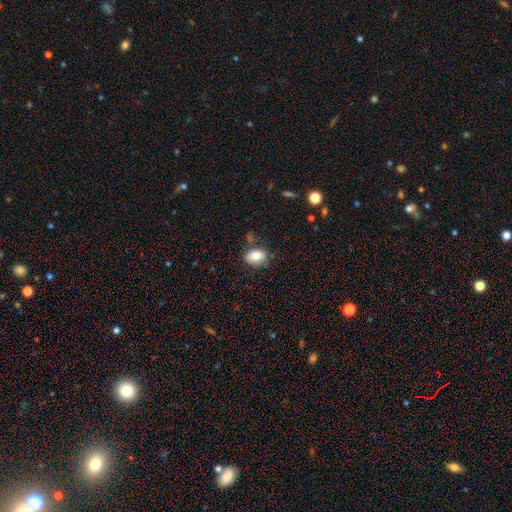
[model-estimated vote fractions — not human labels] Q: Smooth or featured?
A: smooth (77%); runner-up: featured or disk (14%)
Q: How rounded?
A: in between (70%); runner-up: round (29%)
Q: Merging?
A: none (69%); runner-up: minor disturbance (20%)